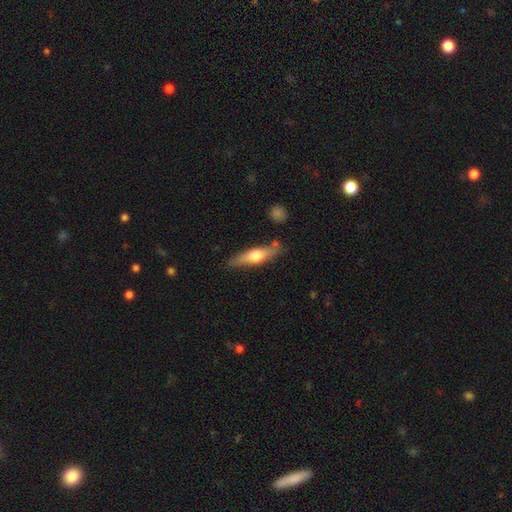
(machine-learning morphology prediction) A featured or disk galaxy (48%). Merging: none (80%).